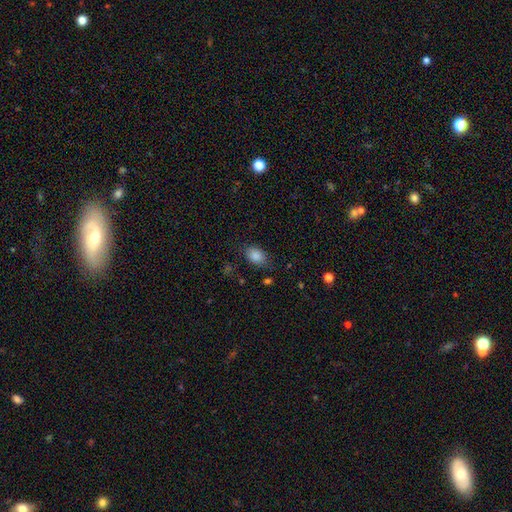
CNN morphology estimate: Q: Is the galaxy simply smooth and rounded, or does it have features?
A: smooth — 86%.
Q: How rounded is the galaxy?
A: in between — 81%.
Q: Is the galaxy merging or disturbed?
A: none — 75%.